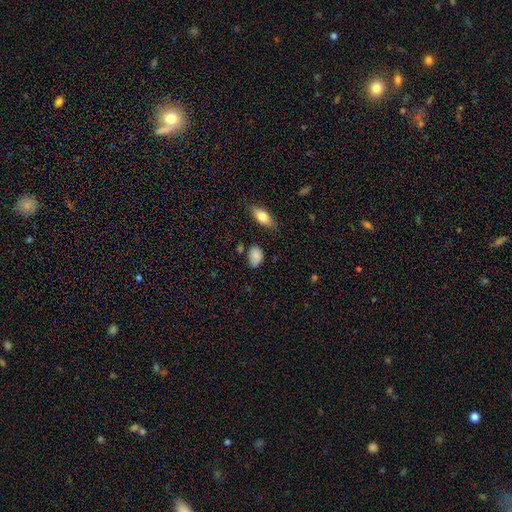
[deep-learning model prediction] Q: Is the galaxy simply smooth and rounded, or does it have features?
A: smooth — 84%.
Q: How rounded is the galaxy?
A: in between — 79%.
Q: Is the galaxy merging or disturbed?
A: none — 67%.